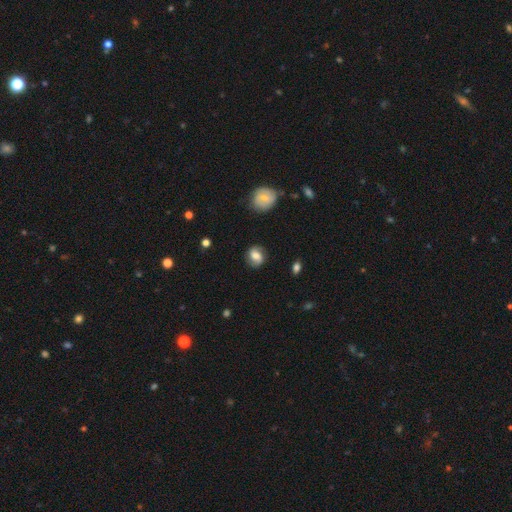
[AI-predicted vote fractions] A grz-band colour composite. It shows a smooth galaxy with no disk features (51%) that is round (57%). Merging: none (78%).